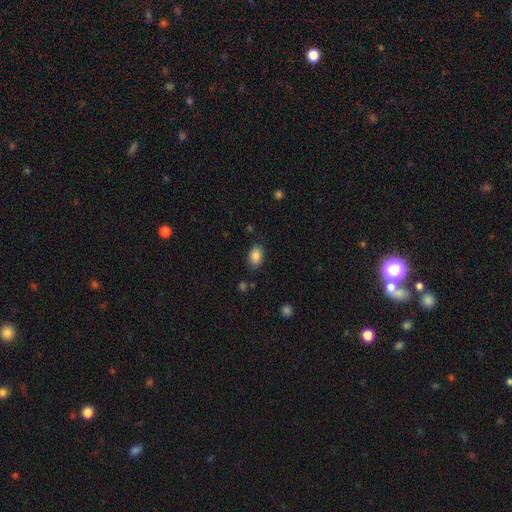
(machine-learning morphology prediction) Smooth or featured: smooth — 86% (star or artifact — 8%)
How rounded: in between — 87% (round — 12%)
Merging: none — 82% (minor disturbance — 13%)